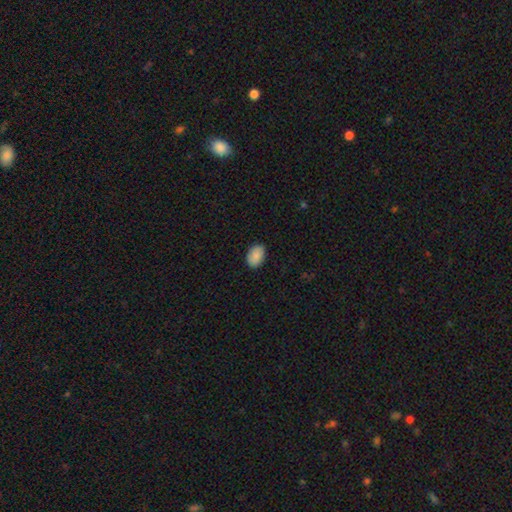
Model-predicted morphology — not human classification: Q: Smooth or featured?
A: smooth (90%); runner-up: star or artifact (7%)
Q: How rounded?
A: in between (89%); runner-up: round (10%)
Q: Merging?
A: none (87%); runner-up: minor disturbance (10%)